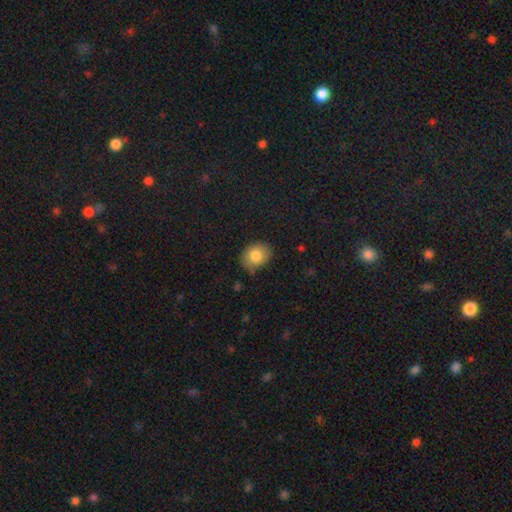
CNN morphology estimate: A smooth galaxy with no disk features (81%) that is round (53%). Merging: none (72%).